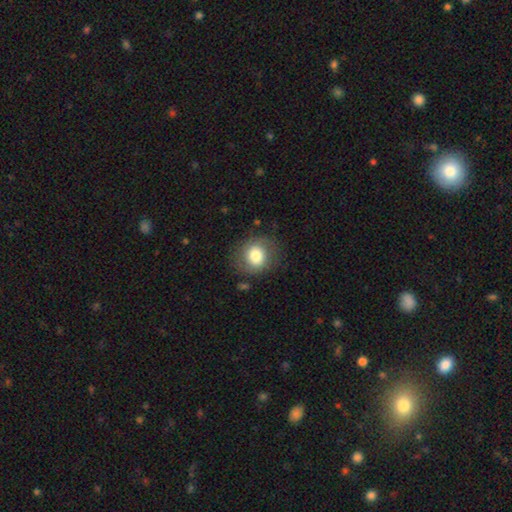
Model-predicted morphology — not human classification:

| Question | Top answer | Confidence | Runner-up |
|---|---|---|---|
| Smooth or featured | smooth | 77% | featured or disk (15%) |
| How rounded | round | 77% | in between (22%) |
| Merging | none | 79% | minor disturbance (14%) |